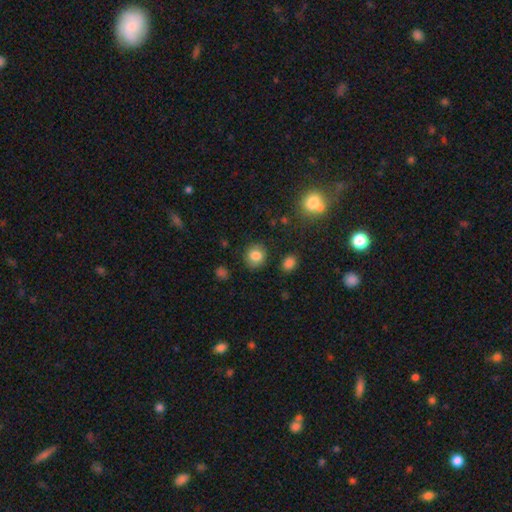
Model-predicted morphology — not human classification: Smooth or featured?
  - smooth: 82% *
  - star or artifact: 10%
  - featured or disk: 9%
How rounded?
  - round: 79% *
  - in between: 20%
  - cigar-shaped: 1%
Merging?
  - none: 85% *
  - minor disturbance: 10%
  - major disturbance: 3%
  - merger: 2%